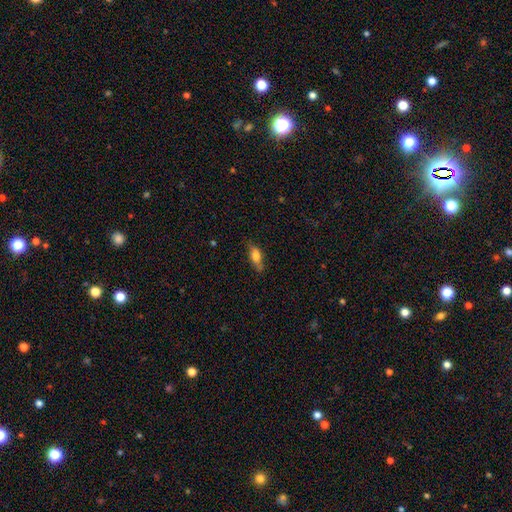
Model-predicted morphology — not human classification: type=smooth (72%); roundness=in between (74%); merging=none (67%).